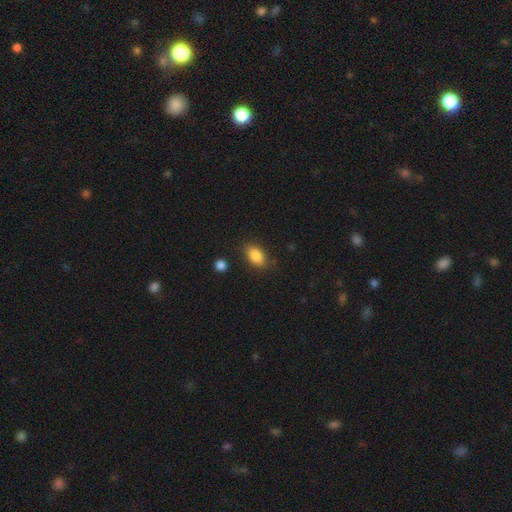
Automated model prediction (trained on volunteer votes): smooth-or-featured: smooth: 87% | star or artifact: 8% | featured or disk: 5%
  how-rounded: in between: 89% | round: 8% | cigar-shaped: 3%
  merging: none: 83% | minor disturbance: 11% | major disturbance: 3% | merger: 3%